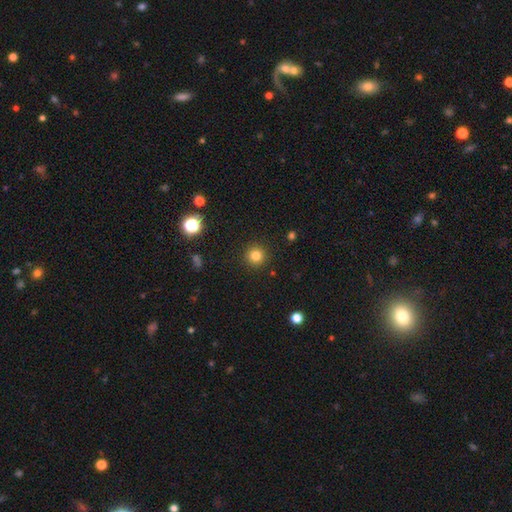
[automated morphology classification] Overall: smooth (81%). How rounded: round (95%). Merging: none (92%).